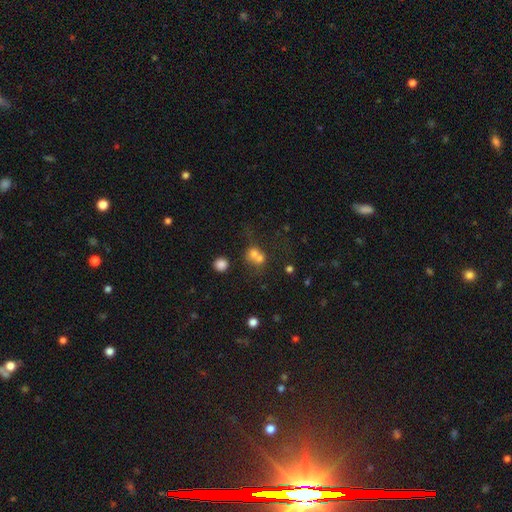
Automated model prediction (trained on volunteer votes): smooth_or_featured: smooth (p=0.67) [alt: featured or disk p=0.18]
how_rounded: round (p=0.73) [alt: in between p=0.26]
merging: merger (p=0.60) [alt: none p=0.28]